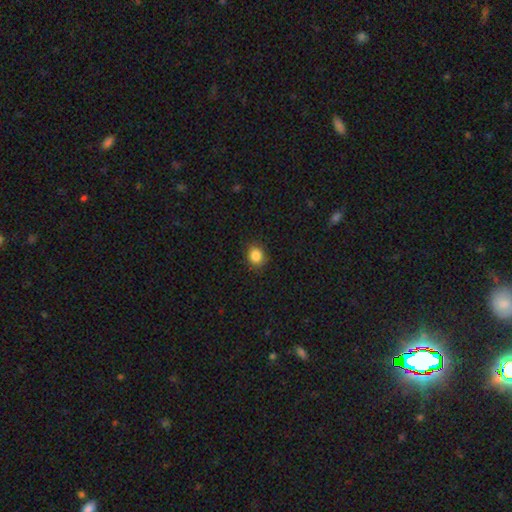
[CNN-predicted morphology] A smooth galaxy with no disk features (86%) that is round (66%). Merging: none (87%).